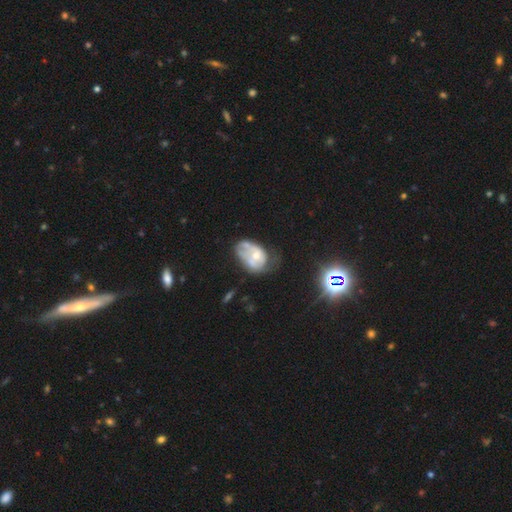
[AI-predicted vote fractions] A featured or disk galaxy (57%) with no bar (81%), no spiral arms (59%) and a moderate central bulge (49%). Merging: major disturbance (32%).